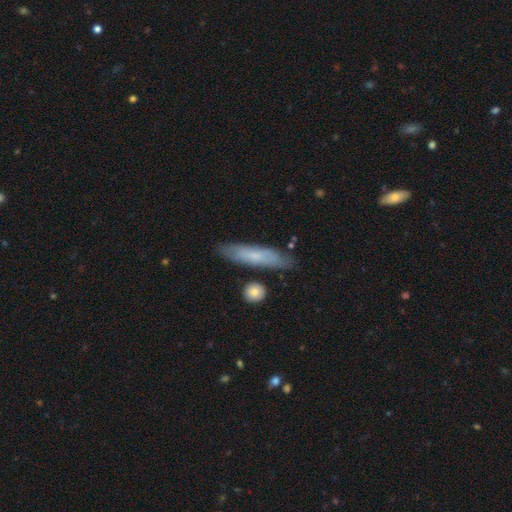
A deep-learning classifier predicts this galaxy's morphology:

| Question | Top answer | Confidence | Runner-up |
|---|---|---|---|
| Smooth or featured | smooth | 59% | featured or disk (35%) |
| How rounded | cigar-shaped | 81% | in between (17%) |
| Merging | none | 81% | minor disturbance (13%) |